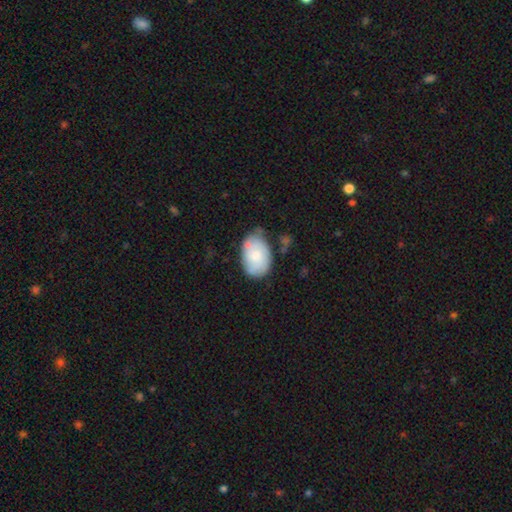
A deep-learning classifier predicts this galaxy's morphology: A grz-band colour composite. It shows a smooth galaxy with no disk features (68%) that is in between round and cigar-shaped (86%). Merging: none (58%).